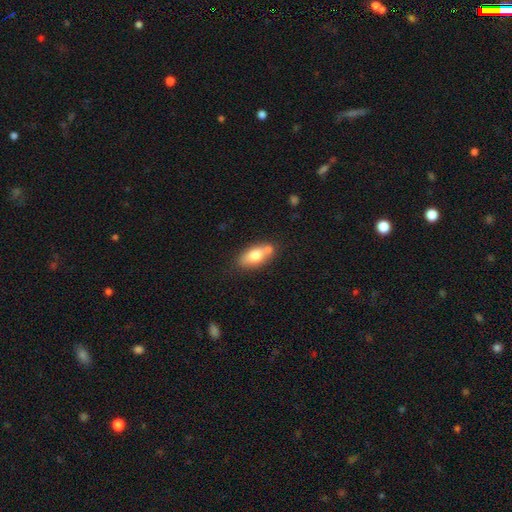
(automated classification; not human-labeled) Smooth or featured: smooth — 73% (featured or disk — 20%)
How rounded: in between — 86% (cigar-shaped — 7%)
Merging: none — 57% (merger — 24%)